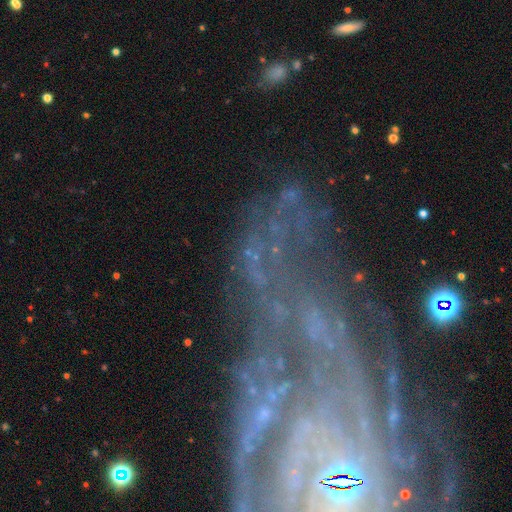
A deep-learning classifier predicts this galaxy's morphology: smooth-or-featured: featured or disk: 64% | star or artifact: 24% | smooth: 12%
  disk-edge-on: no: 88% | yes: 12%
    bar: no: 51% | weak: 27% | strong: 22%
    has-spiral-arms: yes: 77% | no: 23%
    bulge-size: small: 50% | moderate: 24% | none: 17% | large: 5% | dominant: 4%
  merging: none: 57% | major disturbance: 18% | minor disturbance: 17% | merger: 8%